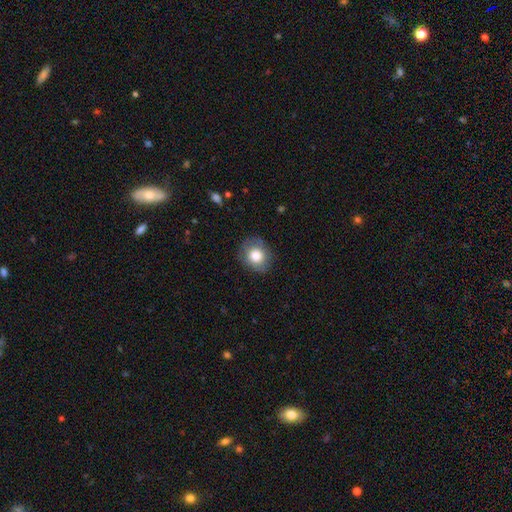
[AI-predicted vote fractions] Overall: smooth (79%). How rounded: round (69%; in between 30%). Merging: none (84%).